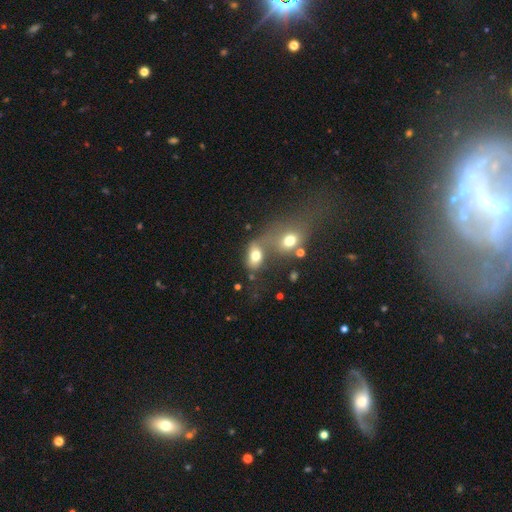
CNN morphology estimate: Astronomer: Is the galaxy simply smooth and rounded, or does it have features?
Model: smooth — 72%.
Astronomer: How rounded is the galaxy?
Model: in between — 76%.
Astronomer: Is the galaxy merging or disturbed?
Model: merger — 50% (runner-up: none, 29%).